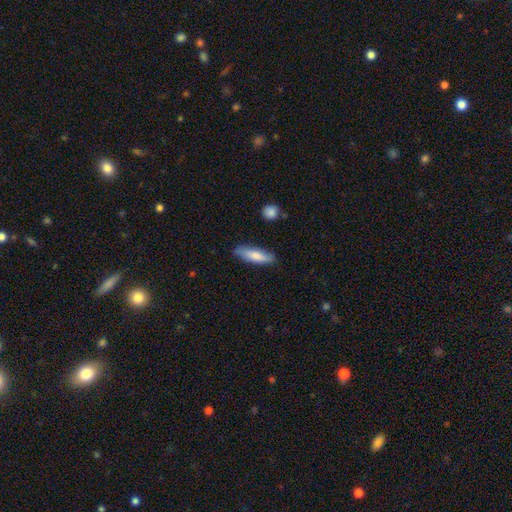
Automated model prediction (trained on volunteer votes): Smooth or featured? smooth (77%)
How rounded? cigar-shaped (62%)
Merging? none (83%)